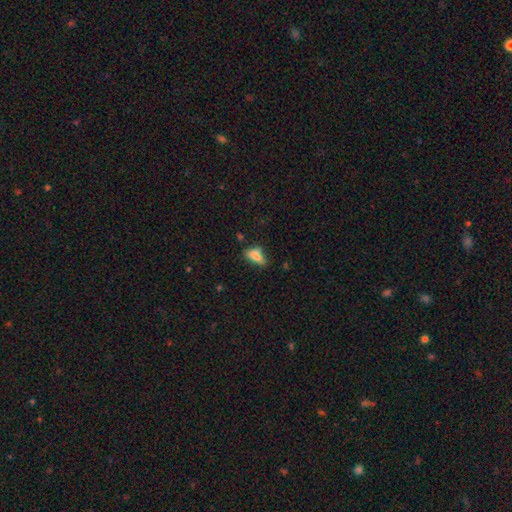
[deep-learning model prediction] A smooth galaxy with no disk features (78%) that is in between round and cigar-shaped (83%). Merging: none (49%).